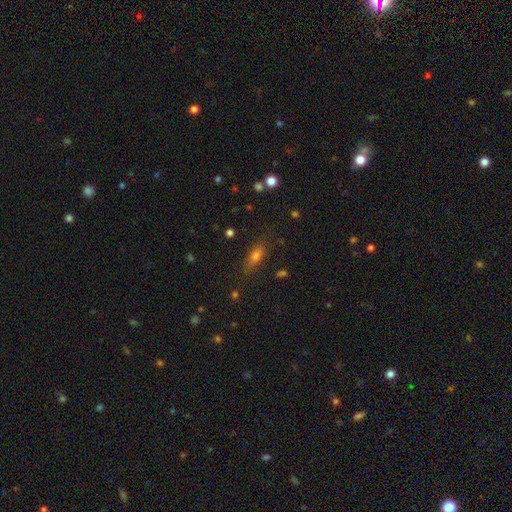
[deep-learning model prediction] A smooth galaxy with no disk features (62%) that is in between round and cigar-shaped (56%). Merging: none (79%).